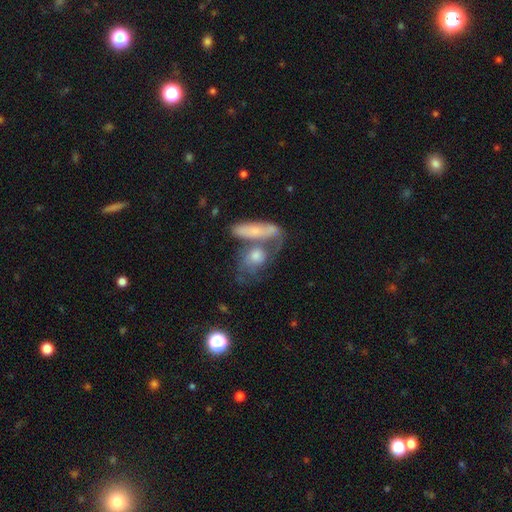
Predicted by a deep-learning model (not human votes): A featured or disk galaxy (48%). Merging: merger (45%).